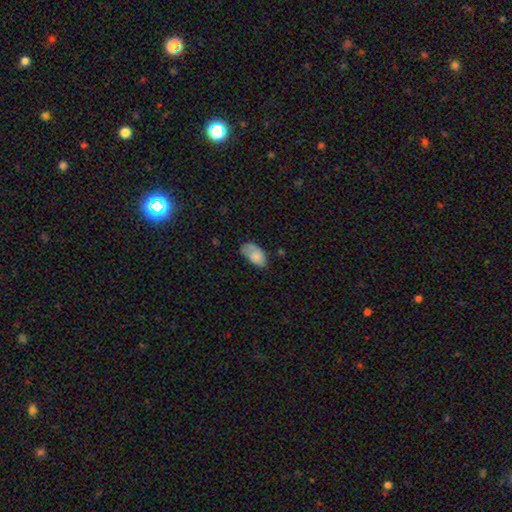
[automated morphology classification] A smooth galaxy with no disk features (76%) that is in between round and cigar-shaped (94%).

Vote fractions:
- Smooth or featured? smooth: 76% / featured or disk: 16% / star or artifact: 7%
- How rounded? in between: 94% / round: 4% / cigar-shaped: 2%
- Merging? none: 45% / minor disturbance: 36% / major disturbance: 15% / merger: 4%